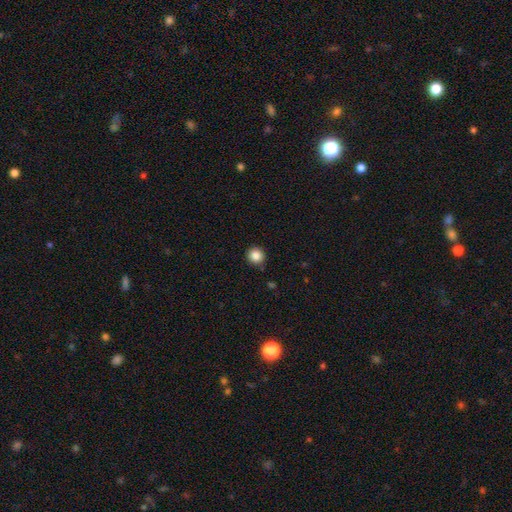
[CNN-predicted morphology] Smooth or featured: smooth — 86% (star or artifact — 10%)
How rounded: round — 94% (in between — 5%)
Merging: none — 89% (minor disturbance — 7%)